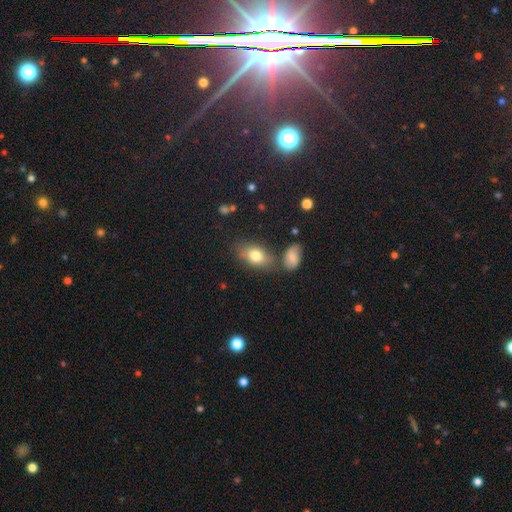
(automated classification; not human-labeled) smooth_or_featured: smooth (p=0.78) [alt: featured or disk p=0.14]
how_rounded: in between (p=0.86) [alt: round p=0.12]
merging: none (p=0.67) [alt: minor disturbance p=0.16]